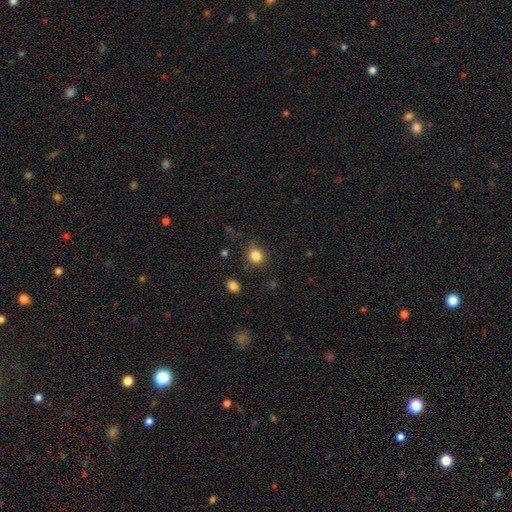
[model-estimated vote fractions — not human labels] Smooth or featured: smooth — 83% (star or artifact — 12%)
How rounded: round — 77% (in between — 22%)
Merging: none — 76% (minor disturbance — 17%)